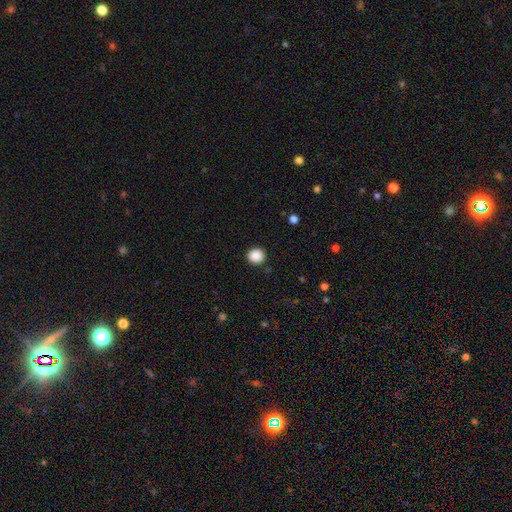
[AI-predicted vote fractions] Smooth or featured?
  - smooth: 88% *
  - star or artifact: 9%
  - featured or disk: 2%
How rounded?
  - round: 85% *
  - in between: 14%
  - cigar-shaped: 1%
Merging?
  - none: 90% *
  - minor disturbance: 7%
  - major disturbance: 2%
  - merger: 1%